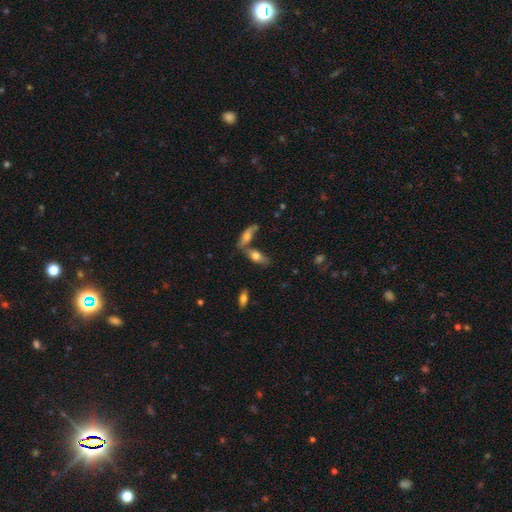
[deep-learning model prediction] This is likely a smooth galaxy (66%). How rounded: likely in between (75%). Merging: possibly none (49%).